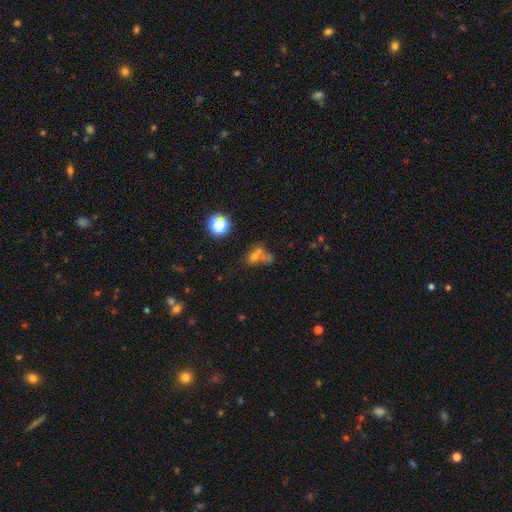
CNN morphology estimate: A smooth galaxy with no disk features (54%) that is round (56%).

Vote fractions:
- Smooth or featured? smooth: 54% / star or artifact: 25% / featured or disk: 21%
- How rounded? round: 56% / in between: 41% / cigar-shaped: 2%
- Merging? merger: 53% / none: 29% / major disturbance: 9% / minor disturbance: 9%